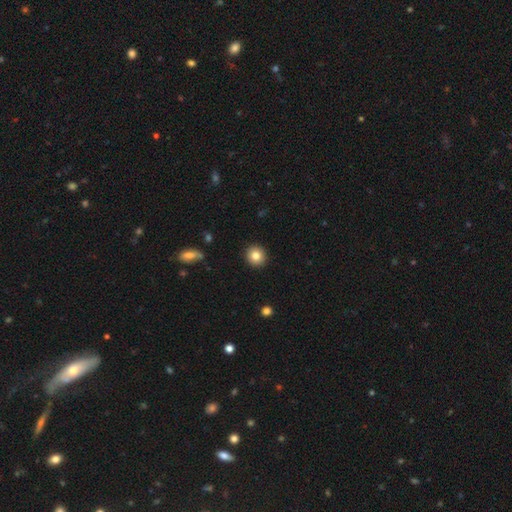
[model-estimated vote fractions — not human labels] smooth 83%, star or artifact 9%, featured or disk 7%. Down the decision tree: how rounded — round (89%); merging — none (92%).